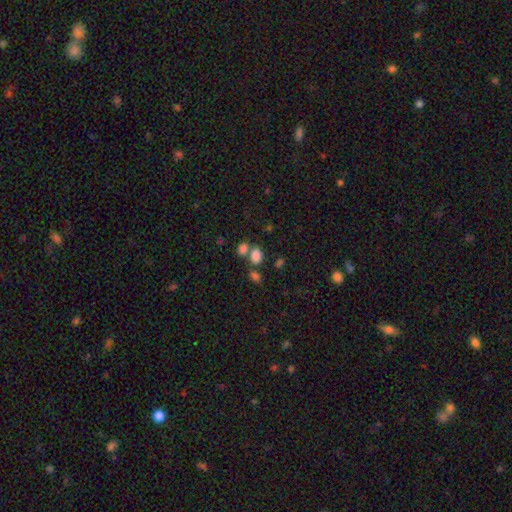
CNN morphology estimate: Q: Smooth or featured?
A: smooth (80%); runner-up: star or artifact (13%)
Q: How rounded?
A: in between (74%); runner-up: round (25%)
Q: Merging?
A: none (48%); runner-up: merger (36%)